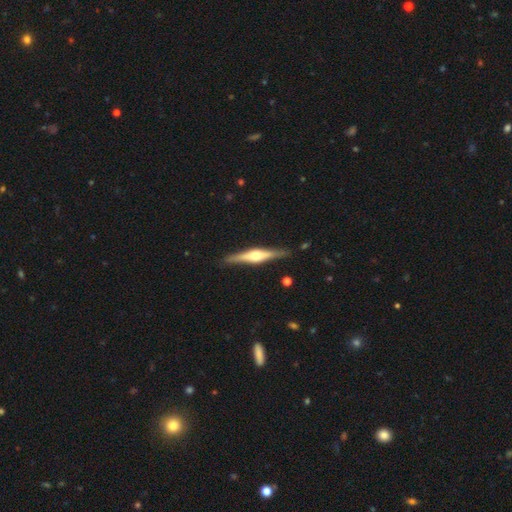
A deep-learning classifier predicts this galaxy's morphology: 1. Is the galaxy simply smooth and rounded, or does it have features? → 76% featured or disk, 18% smooth, 5% star or artifact.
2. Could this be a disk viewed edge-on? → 98% yes, 2% no.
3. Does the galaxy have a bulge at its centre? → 89% rounded, 8% boxy, 2% none.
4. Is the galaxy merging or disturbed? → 88% none, 9% minor disturbance, 2% major disturbance, 1% merger.